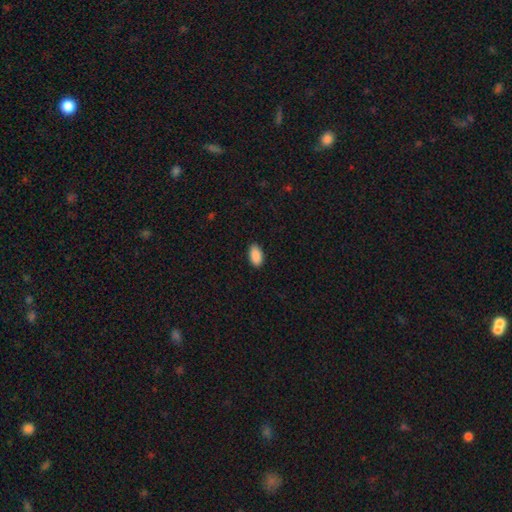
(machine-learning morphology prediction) A smooth galaxy with no disk features (91%) that is in between round and cigar-shaped (95%). Merging: none (89%).